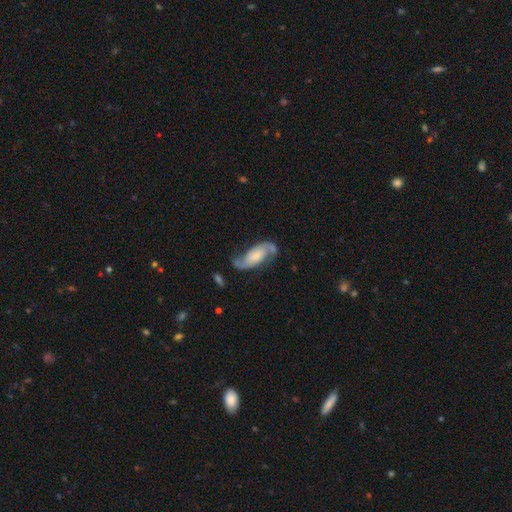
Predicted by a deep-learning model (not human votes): smooth_or_featured: featured or disk (p=0.84) [alt: smooth p=0.11]
disk_edge_on: no (p=0.96) [alt: yes p=0.04]
bar: no (p=0.52) [alt: weak p=0.34]
has_spiral_arms: yes (p=0.96) [alt: no p=0.04]
spiral_winding: loose (p=0.47) [alt: medium p=0.40]
spiral_arm_count: 2 (p=0.92) [alt: 1 p=0.03]
bulge_size: small (p=0.30) [alt: moderate p=0.28]
merging: none (p=0.69) [alt: minor disturbance p=0.18]